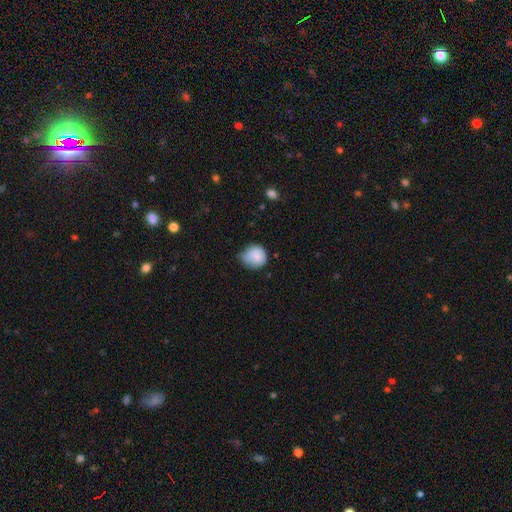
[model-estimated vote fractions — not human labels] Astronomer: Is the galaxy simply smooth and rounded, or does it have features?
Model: smooth — 83%.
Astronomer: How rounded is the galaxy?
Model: round — 84%.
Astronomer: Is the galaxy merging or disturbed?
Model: none — 44% (runner-up: minor disturbance, 43%).